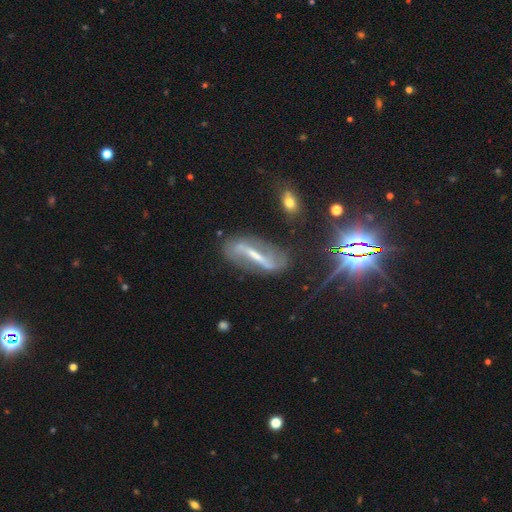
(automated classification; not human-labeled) This is likely a featured or disk galaxy (72%). It is clearly not viewed edge-on (81%). Bar: likely strong (72%). Spiral arm pattern: clearly yes (81%). Central bulge: marginally small (40%). Merging: likely none (65%).